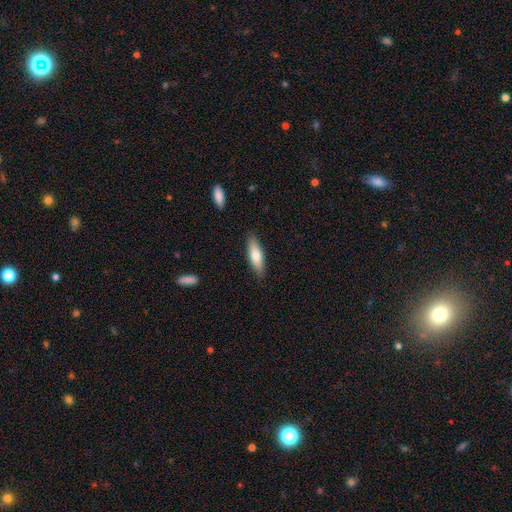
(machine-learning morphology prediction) Overall: smooth (69%). How rounded: cigar-shaped (51%; in between 47%). Merging: none (86%).